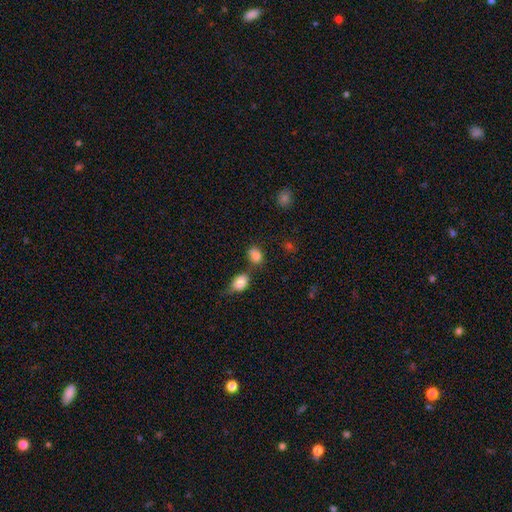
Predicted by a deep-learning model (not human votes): This is clearly a smooth galaxy (83%). How rounded: possibly in between (55%). Merging: possibly none (59%).